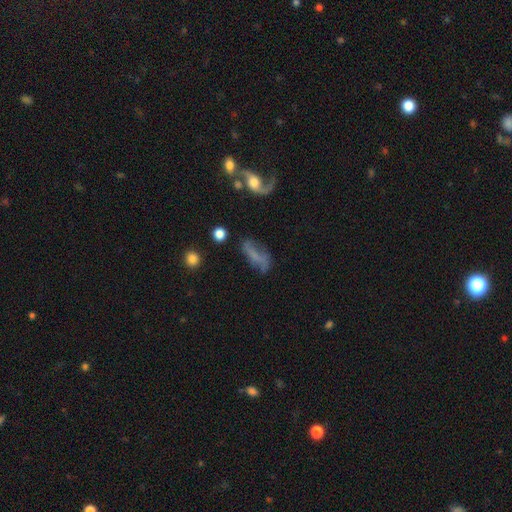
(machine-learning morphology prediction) The model was most divided on "smooth or featured": featured or disk: 51%, smooth: 37%, star or artifact: 12%. Remaining: edge-on disk — no (89%); merging — none (46%).